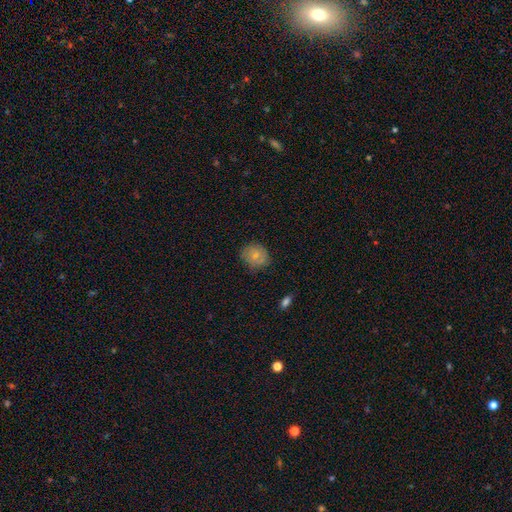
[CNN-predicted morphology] The model was most divided on "how rounded": round: 73%, in between: 26%, cigar-shaped: 1%. More confident: merging — none (76%); smooth or featured — smooth (70%).